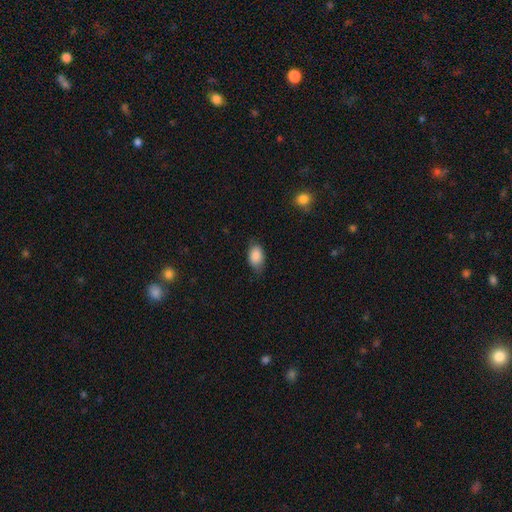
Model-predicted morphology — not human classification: Smooth or featured? smooth (87%)
How rounded? in between (90%)
Merging? none (73%)